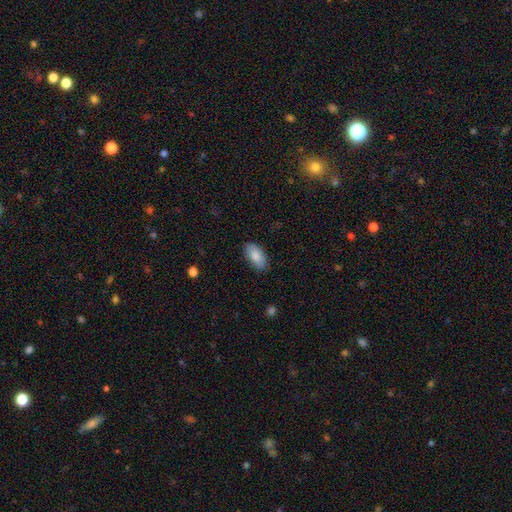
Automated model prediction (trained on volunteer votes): smooth-or-featured: smooth: 86% | featured or disk: 7% | star or artifact: 6%
  how-rounded: in between: 93% | cigar-shaped: 5% | round: 2%
  merging: none: 85% | minor disturbance: 12% | major disturbance: 2% | merger: 1%